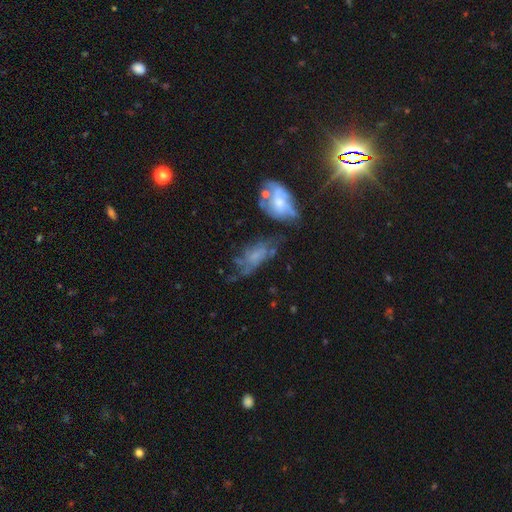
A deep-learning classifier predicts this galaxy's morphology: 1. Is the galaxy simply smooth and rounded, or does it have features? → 54% featured or disk, 30% smooth, 17% star or artifact.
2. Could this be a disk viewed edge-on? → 91% no, 9% yes.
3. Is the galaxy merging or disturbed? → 36% none, 26% major disturbance, 23% minor disturbance, 15% merger.